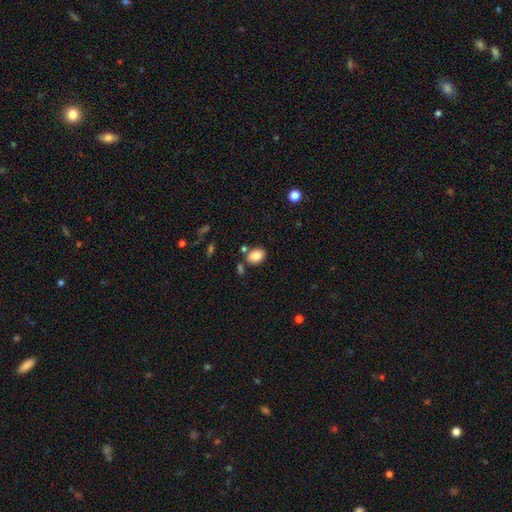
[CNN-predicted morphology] A smooth galaxy with no disk features (87%) that is in between round and cigar-shaped (75%). Merging: none (74%).